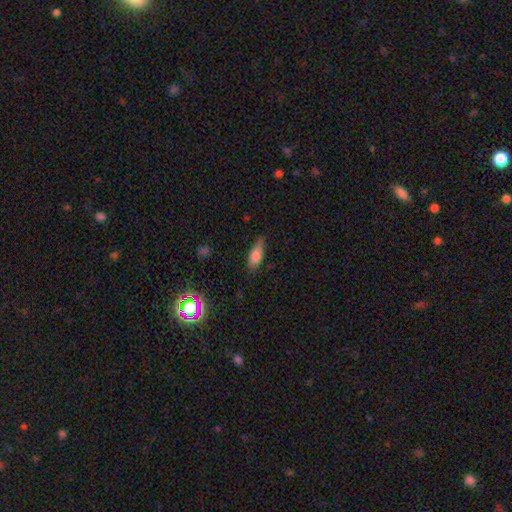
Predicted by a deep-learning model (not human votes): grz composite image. It shows a smooth galaxy with no disk features (78%) that is in between round and cigar-shaped (70%). Merging: none (71%).